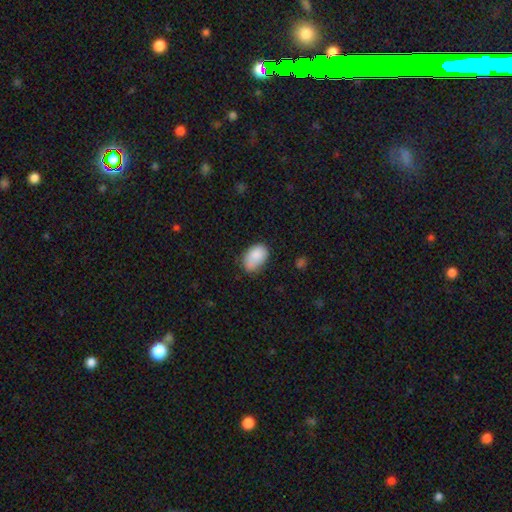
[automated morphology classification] Q: Smooth or featured?
A: smooth (85%); runner-up: star or artifact (7%)
Q: How rounded?
A: in between (90%); runner-up: round (9%)
Q: Merging?
A: none (59%); runner-up: minor disturbance (30%)